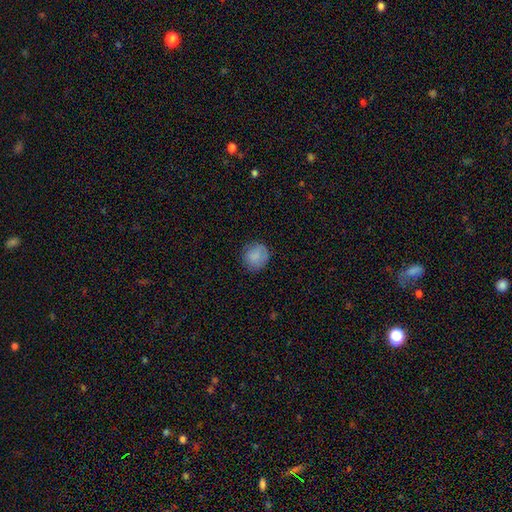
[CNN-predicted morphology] smooth 84%, star or artifact 8%, featured or disk 8%. Down the decision tree: how rounded — round (85%); merging — none (79%).